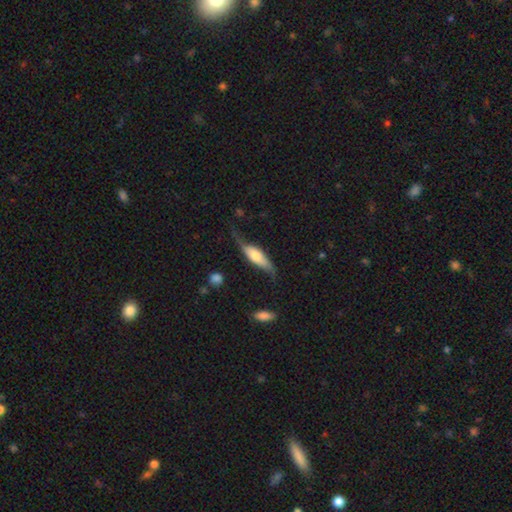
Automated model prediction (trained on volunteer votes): smooth_or_featured: featured or disk (p=0.58) [alt: smooth p=0.37]
disk_edge_on: yes (p=0.61) [alt: no p=0.39]
merging: none (p=0.49) [alt: minor disturbance p=0.30]